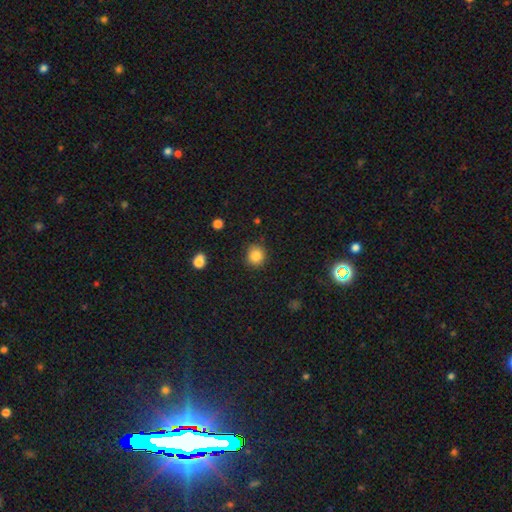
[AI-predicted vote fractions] The model was most divided on "smooth or featured": smooth: 85%, star or artifact: 10%, featured or disk: 5%. More confident: merging — none (88%); how rounded — round (88%).